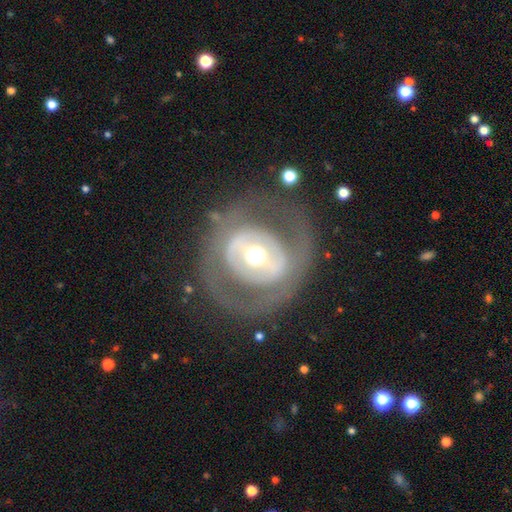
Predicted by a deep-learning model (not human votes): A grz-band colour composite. It shows a featured or disk galaxy (67%) with no bar (45%), no spiral arms (75%) and a moderate central bulge (65%). Merging: none (71%).